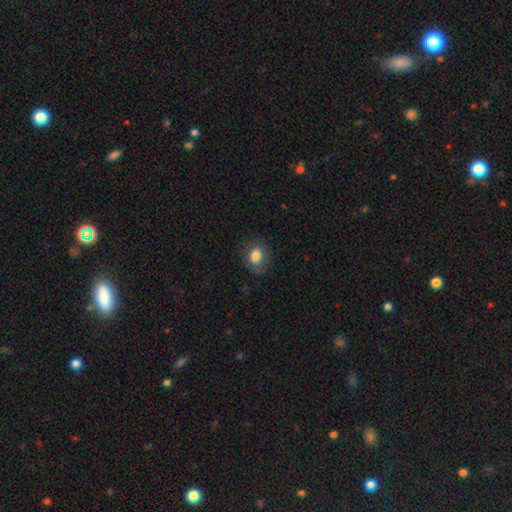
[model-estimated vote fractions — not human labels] Smooth or featured: smooth — 80% (featured or disk — 11%)
How rounded: round — 51% (in between — 48%)
Merging: none — 80% (minor disturbance — 14%)